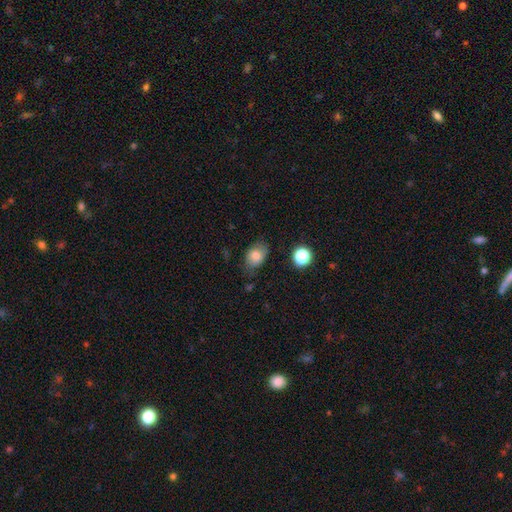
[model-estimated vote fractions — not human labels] This is likely a smooth galaxy (78%). How rounded: likely in between (77%). Merging: likely none (70%).